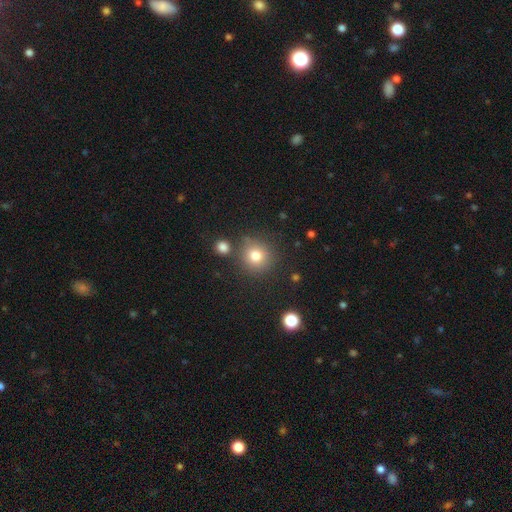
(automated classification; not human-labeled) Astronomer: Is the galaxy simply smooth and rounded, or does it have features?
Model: smooth — 78%.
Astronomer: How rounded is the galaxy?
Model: round — 91%.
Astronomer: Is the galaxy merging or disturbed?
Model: none — 81%.